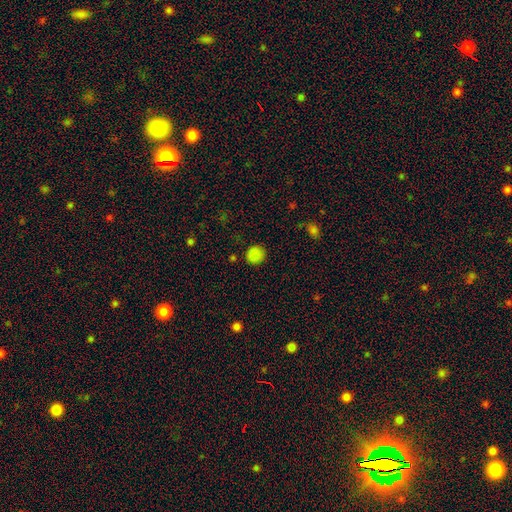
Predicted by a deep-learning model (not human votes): Overall: smooth (85%). How rounded: round (89%). Merging: none (87%).